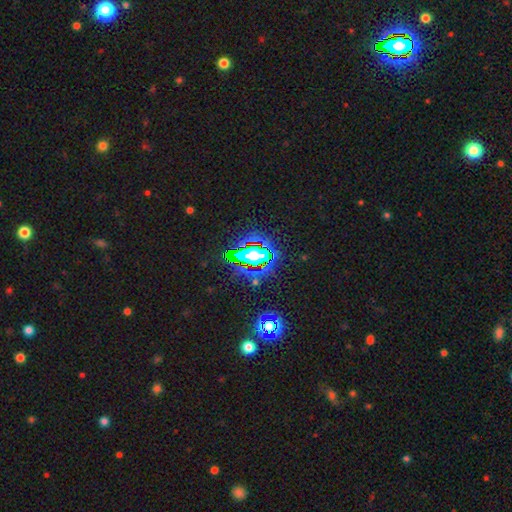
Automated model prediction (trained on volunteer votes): The model was most divided on "smooth or featured": star or artifact: 80%, smooth: 12%, featured or disk: 8%.